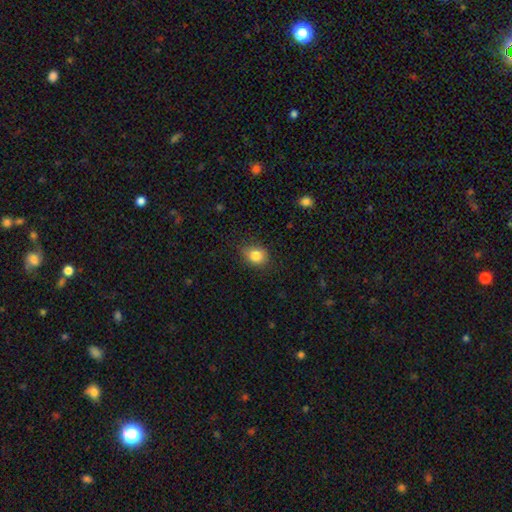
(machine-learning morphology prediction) smooth_or_featured: smooth (p=0.84) [alt: star or artifact p=0.10]
how_rounded: round (p=0.57) [alt: in between p=0.42]
merging: none (p=0.75) [alt: minor disturbance p=0.19]